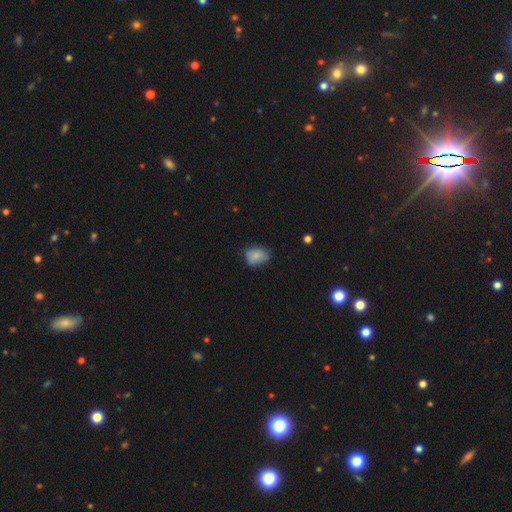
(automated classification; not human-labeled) Q: Smooth or featured?
A: smooth (81%); runner-up: featured or disk (10%)
Q: How rounded?
A: in between (74%); runner-up: round (25%)
Q: Merging?
A: none (59%); runner-up: minor disturbance (31%)